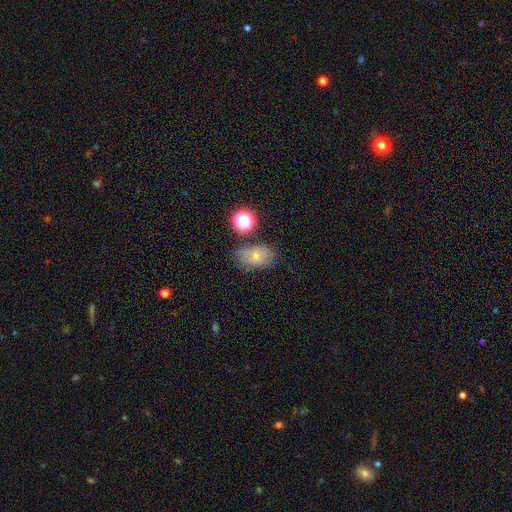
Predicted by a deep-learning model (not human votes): This is likely a smooth galaxy (67%). How rounded: clearly in between (80%). Merging: likely none (66%).